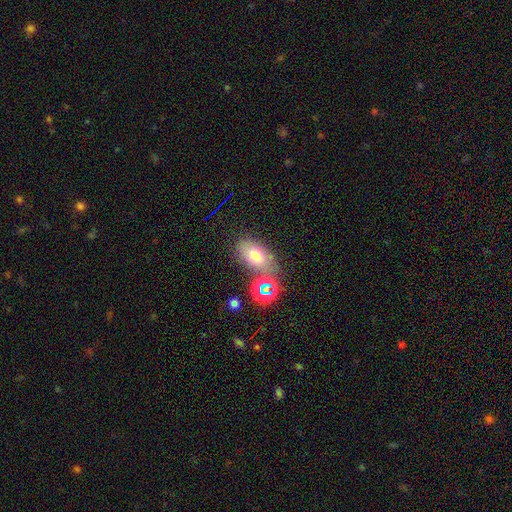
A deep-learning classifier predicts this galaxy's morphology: Smooth or featured? Predicted: smooth (p=0.65). How rounded? Predicted: in between (p=0.84). Merging? Predicted: none (p=0.67).